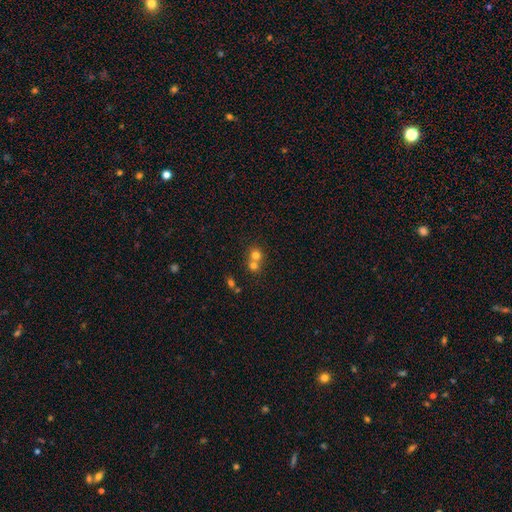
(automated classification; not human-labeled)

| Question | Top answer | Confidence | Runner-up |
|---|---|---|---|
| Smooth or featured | smooth | 72% | star or artifact (15%) |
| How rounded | round | 84% | in between (15%) |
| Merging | merger | 59% | none (35%) |